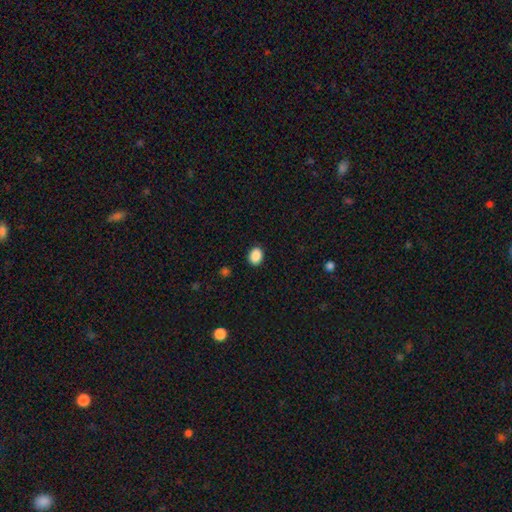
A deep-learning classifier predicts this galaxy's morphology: smooth_or_featured: smooth (p=0.89) [alt: star or artifact p=0.08]
how_rounded: in between (p=0.56) [alt: round p=0.43]
merging: none (p=0.90) [alt: minor disturbance p=0.07]